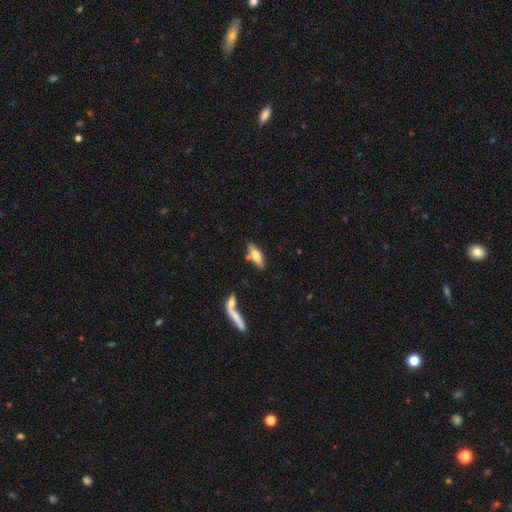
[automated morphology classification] Smooth or featured? Predicted: smooth (p=0.53). How rounded? Predicted: in between (p=0.55). Merging? Predicted: none (p=0.70).